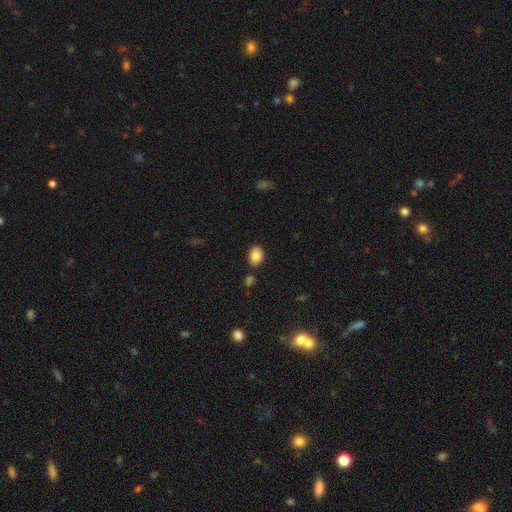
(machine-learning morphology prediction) This appears to be a smooth galaxy with no disk features (84%) that is in between round and cigar-shaped (73%). Merging: none (81%).